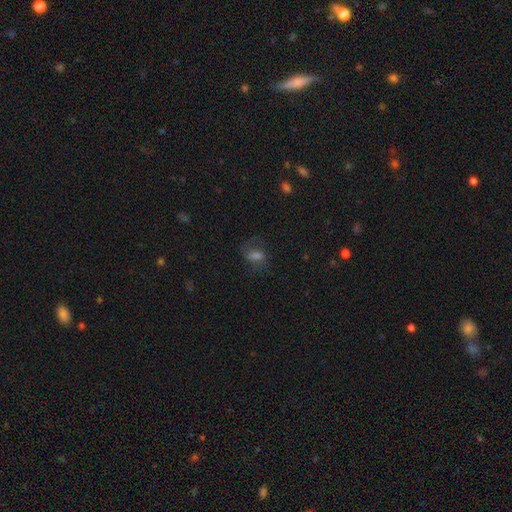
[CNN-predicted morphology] Overall: smooth (44%; featured or disk 33%). Merging: none (62%).